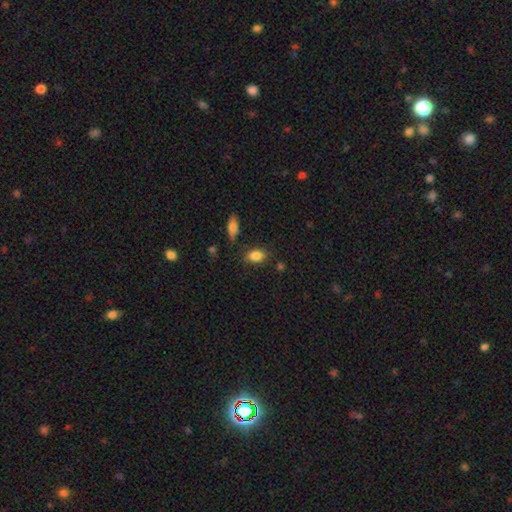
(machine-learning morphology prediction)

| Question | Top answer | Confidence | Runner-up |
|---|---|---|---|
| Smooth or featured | smooth | 85% | star or artifact (9%) |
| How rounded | in between | 78% | round (19%) |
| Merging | none | 78% | minor disturbance (15%) |